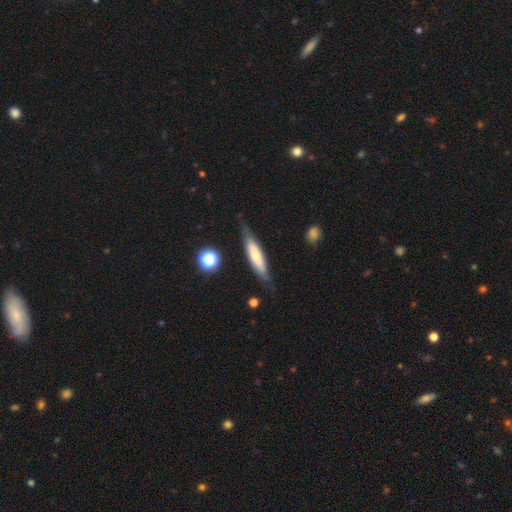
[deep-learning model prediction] The model was most divided on "smooth or featured": smooth: 53%, featured or disk: 40%, star or artifact: 7%. More confident: how rounded — cigar-shaped (75%); merging — none (72%).